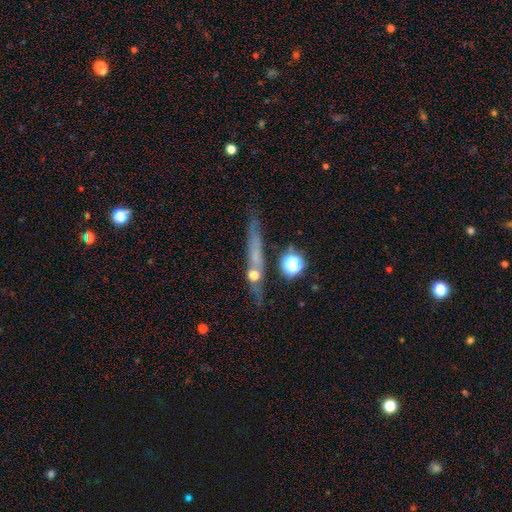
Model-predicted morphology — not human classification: Smooth or featured? featured or disk (43%)
Merging? none (77%)